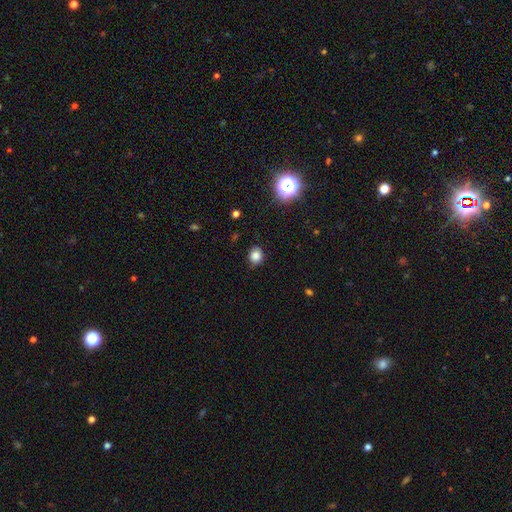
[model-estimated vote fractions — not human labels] Morphology: type=smooth (82%); roundness=round (67%); merging=none (82%).